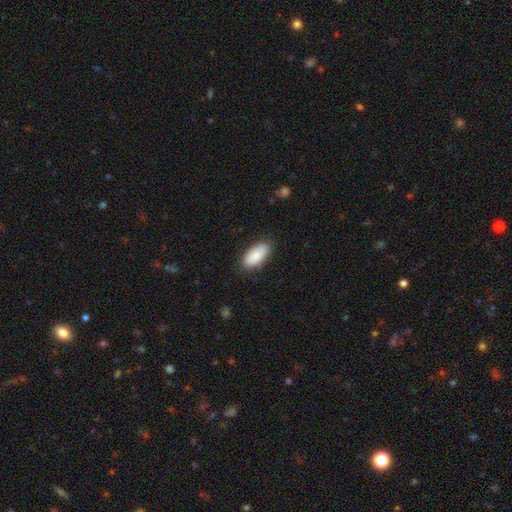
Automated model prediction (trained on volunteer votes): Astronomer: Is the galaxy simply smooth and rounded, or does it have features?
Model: smooth — 86%.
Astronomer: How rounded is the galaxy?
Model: in between — 90%.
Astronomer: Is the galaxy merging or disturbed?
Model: none — 84%.